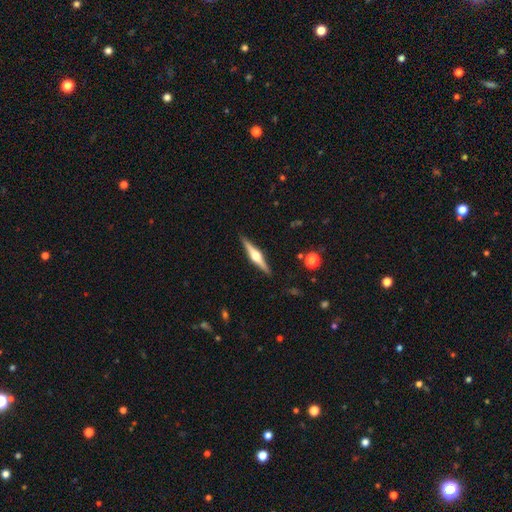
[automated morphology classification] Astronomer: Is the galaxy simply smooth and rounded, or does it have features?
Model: featured or disk — 79%.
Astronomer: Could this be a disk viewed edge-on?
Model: yes — 98%.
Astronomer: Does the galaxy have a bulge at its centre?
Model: rounded — 93%.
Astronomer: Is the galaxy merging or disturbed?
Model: none — 90%.